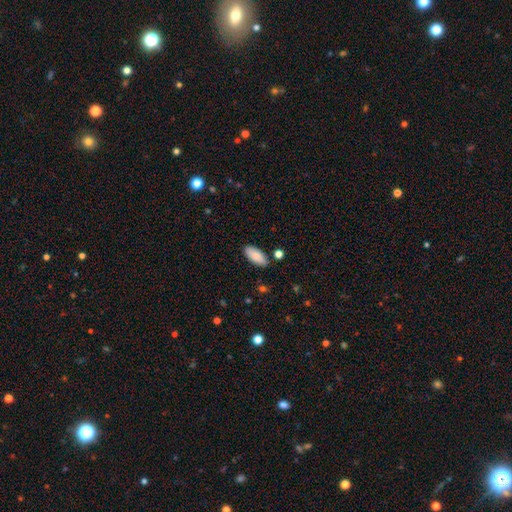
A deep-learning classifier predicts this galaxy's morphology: Overall: smooth (87%). How rounded: in between (88%). Merging: none (87%).